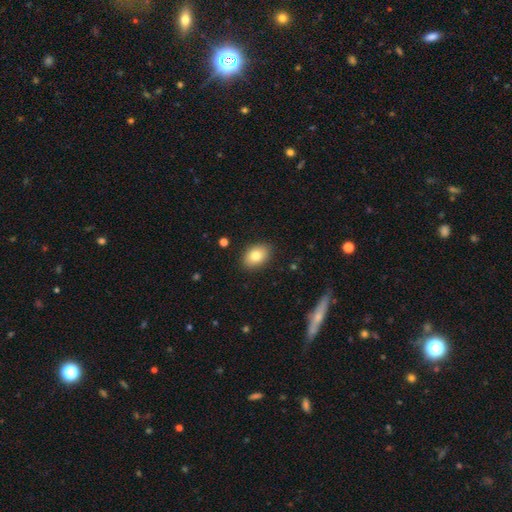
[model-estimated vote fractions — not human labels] smooth-or-featured: smooth: 81% | featured or disk: 11% | star or artifact: 8%
  how-rounded: in between: 81% | round: 18% | cigar-shaped: 1%
  merging: none: 88% | minor disturbance: 9% | major disturbance: 2% | merger: 1%